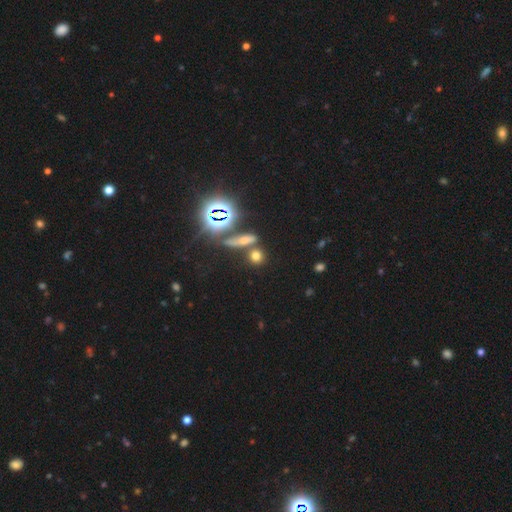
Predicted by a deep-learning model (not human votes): Smooth or featured: smooth — 57% (star or artifact — 31%)
How rounded: round — 70% (in between — 20%)
Merging: none — 67% (merger — 20%)